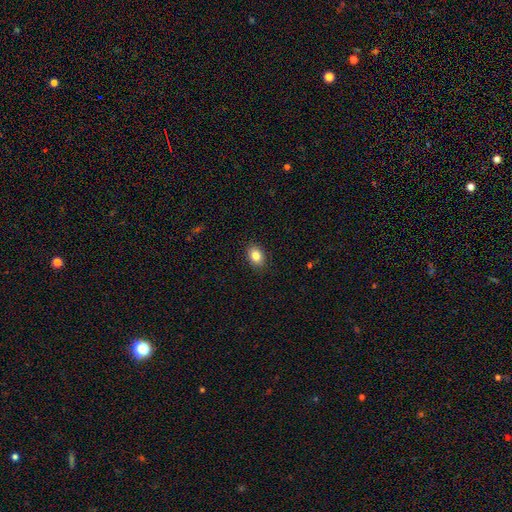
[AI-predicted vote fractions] The model was most divided on "how rounded": in between: 78%, round: 21%, cigar-shaped: 1%. More confident: merging — none (89%); smooth or featured — smooth (84%).